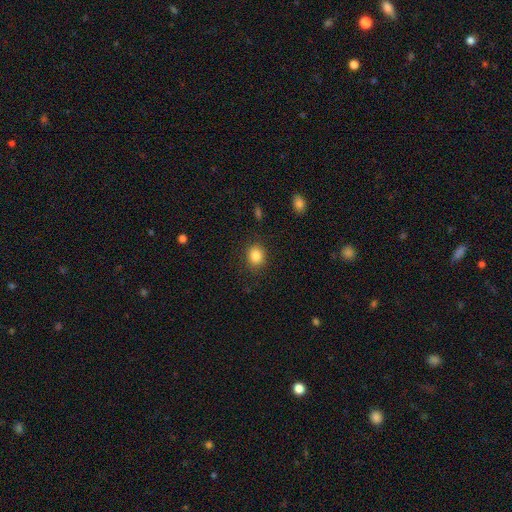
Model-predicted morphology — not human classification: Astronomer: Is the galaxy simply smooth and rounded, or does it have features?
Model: smooth — 85%.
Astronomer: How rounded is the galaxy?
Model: round — 68%.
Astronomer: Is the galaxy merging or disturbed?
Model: none — 87%.